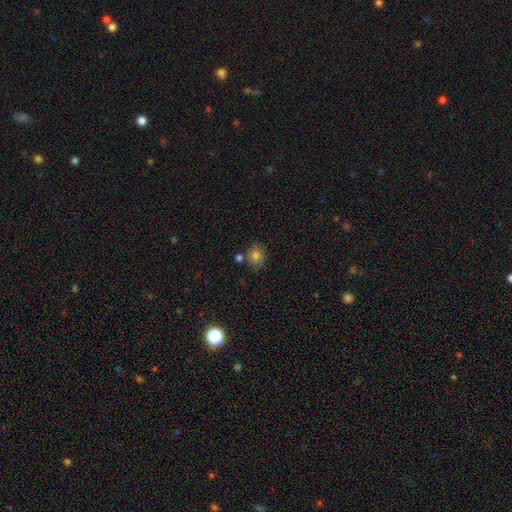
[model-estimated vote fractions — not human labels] This is clearly a smooth galaxy (80%). How rounded: likely round (70%). Merging: likely none (72%).